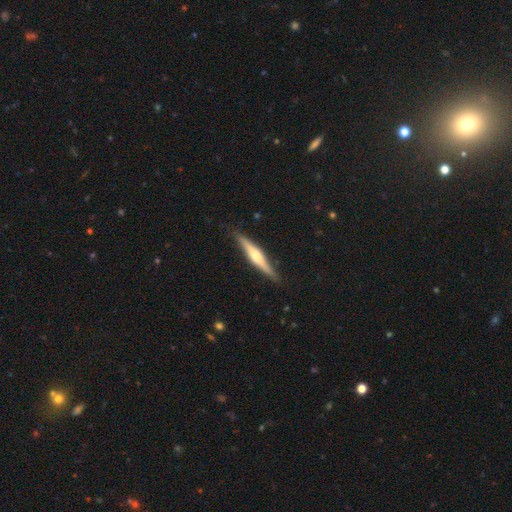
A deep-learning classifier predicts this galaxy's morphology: Q: Smooth or featured?
A: featured or disk (65%); runner-up: smooth (30%)
Q: Edge-on disk?
A: yes (96%); runner-up: no (4%)
Q: Edge-on bulge?
A: rounded (85%); runner-up: boxy (8%)
Q: Merging?
A: none (86%); runner-up: minor disturbance (11%)